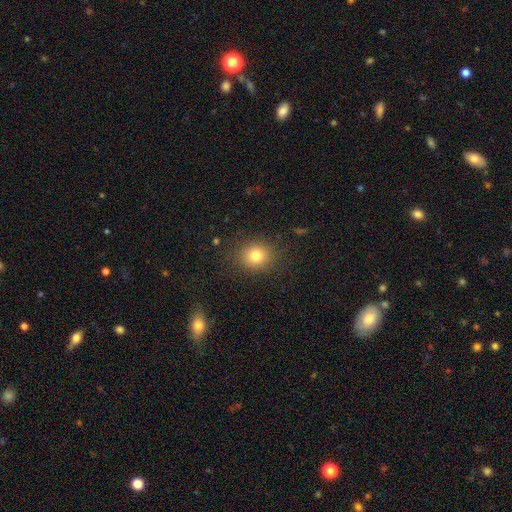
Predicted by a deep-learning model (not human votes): smooth_or_featured: smooth (p=0.79) [alt: star or artifact p=0.13]
how_rounded: round (p=0.73) [alt: in between p=0.26]
merging: none (p=0.86) [alt: minor disturbance p=0.09]